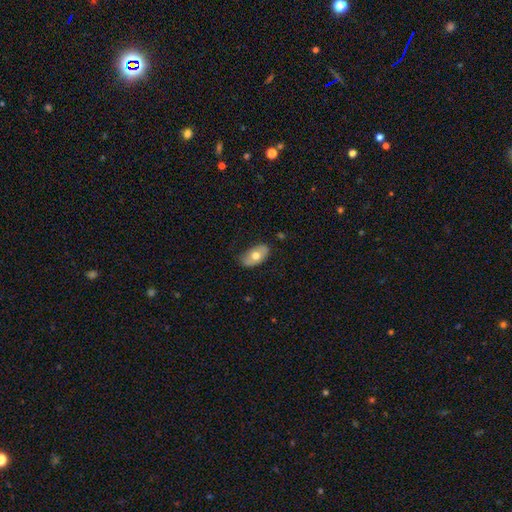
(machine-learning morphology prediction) A smooth galaxy with no disk features (67%) that is in between round and cigar-shaped (93%).

Vote fractions:
- Smooth or featured? smooth: 67% / featured or disk: 27% / star or artifact: 6%
- How rounded? in between: 93% / round: 5% / cigar-shaped: 2%
- Merging? none: 75% / minor disturbance: 20% / major disturbance: 3% / merger: 1%